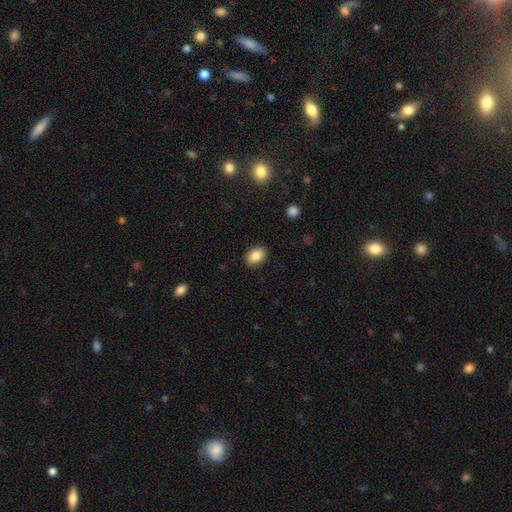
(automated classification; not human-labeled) Smooth or featured: smooth — 85% (star or artifact — 8%)
How rounded: in between — 80% (round — 18%)
Merging: none — 88% (minor disturbance — 9%)